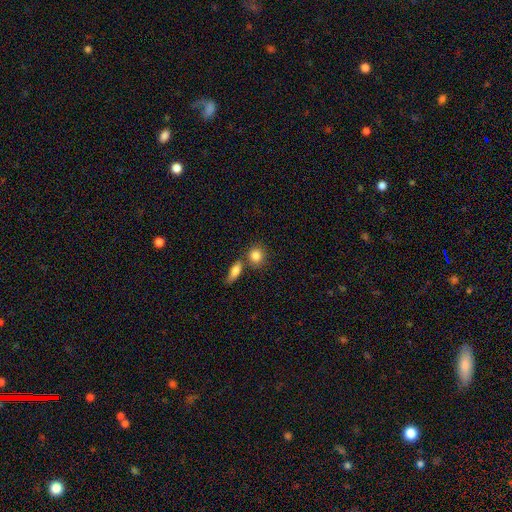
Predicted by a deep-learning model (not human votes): Q: Smooth or featured?
A: smooth (84%); runner-up: star or artifact (8%)
Q: How rounded?
A: round (74%); runner-up: in between (23%)
Q: Merging?
A: none (63%); runner-up: merger (24%)